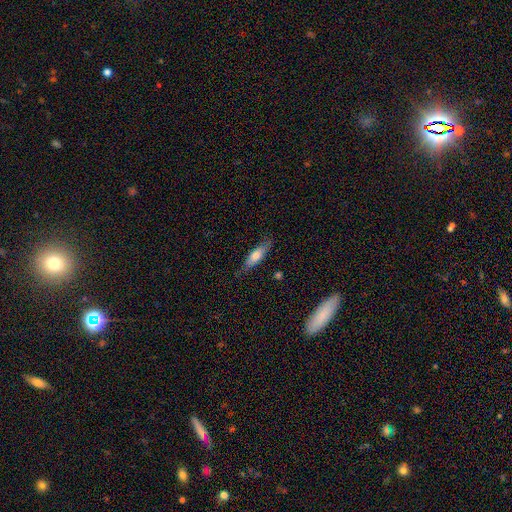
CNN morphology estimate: The model was most divided on "how rounded": cigar-shaped: 59%, in between: 39%, round: 2%. More confident: merging — none (80%); smooth or featured — smooth (64%).